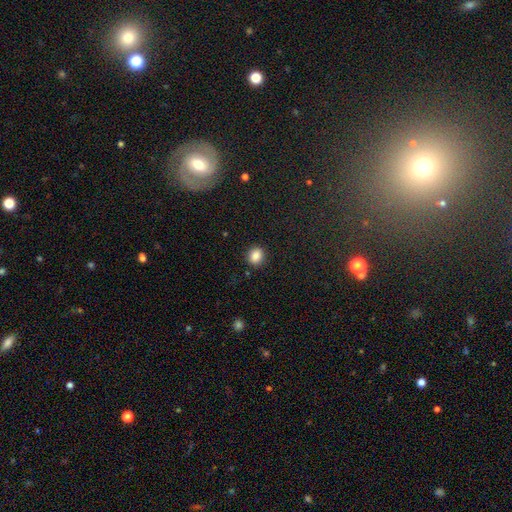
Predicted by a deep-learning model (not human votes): Smooth or featured? smooth (86%)
How rounded? round (69%)
Merging? none (89%)